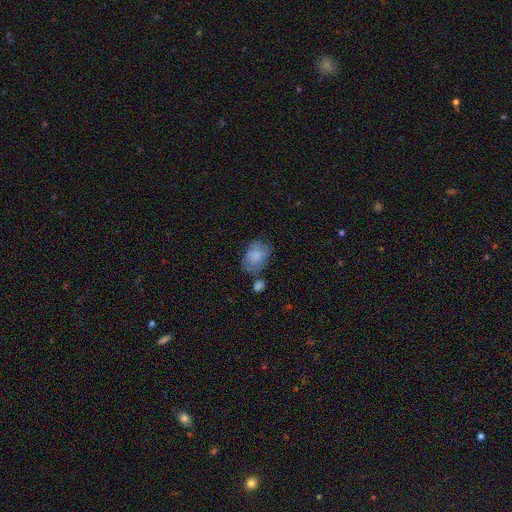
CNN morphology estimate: A smooth galaxy with no disk features (76%) that is in between round and cigar-shaped (77%). Merging: none (51%).